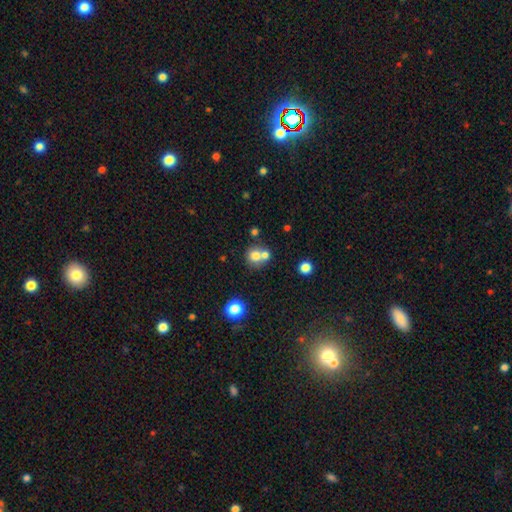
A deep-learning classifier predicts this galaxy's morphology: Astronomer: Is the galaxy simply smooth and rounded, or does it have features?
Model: smooth — 73%.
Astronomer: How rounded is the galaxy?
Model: round — 85%.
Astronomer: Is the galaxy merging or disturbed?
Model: merger — 45%, tied with none at 45%.